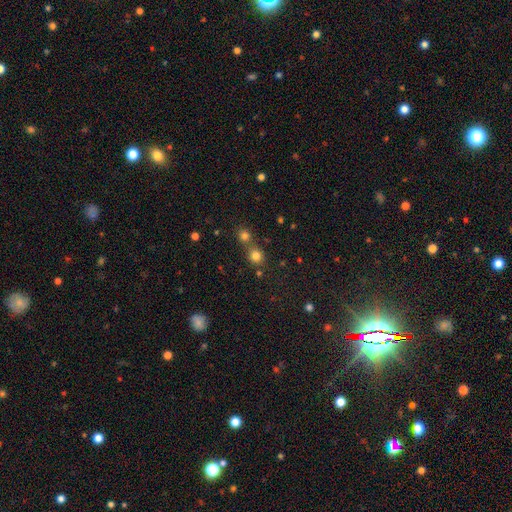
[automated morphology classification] The model was most divided on "merging": none: 57%, merger: 34%, minor disturbance: 7%, major disturbance: 3%. More confident: how rounded — round (85%); smooth or featured — smooth (78%).